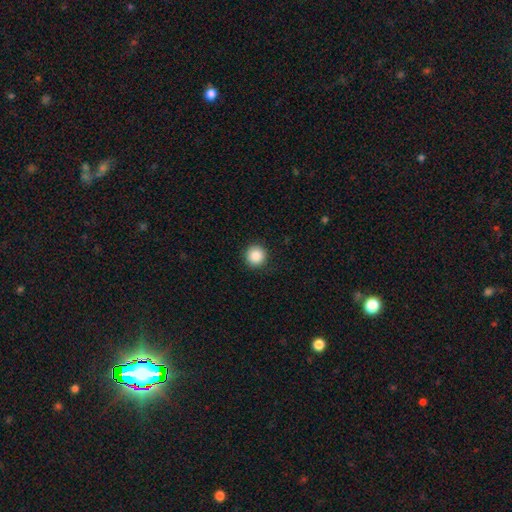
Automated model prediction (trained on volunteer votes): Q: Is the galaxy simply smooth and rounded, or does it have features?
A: smooth — 88%.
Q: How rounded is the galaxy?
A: round — 96%.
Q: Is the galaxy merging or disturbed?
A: none — 91%.